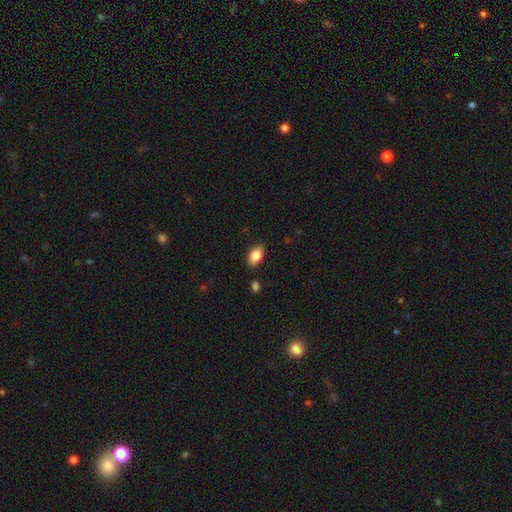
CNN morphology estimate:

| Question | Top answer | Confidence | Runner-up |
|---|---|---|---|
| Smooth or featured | smooth | 84% | featured or disk (8%) |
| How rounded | in between | 90% | round (6%) |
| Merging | none | 84% | minor disturbance (12%) |